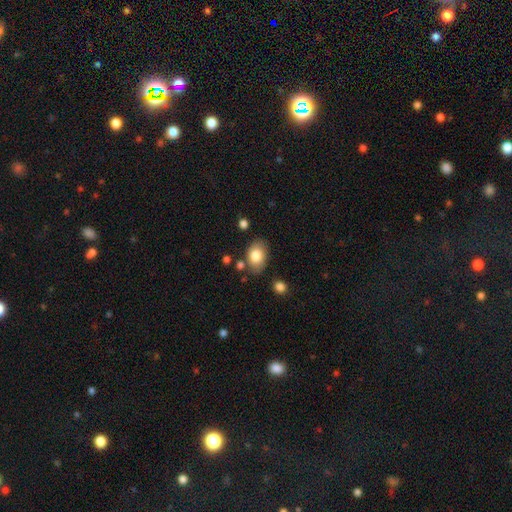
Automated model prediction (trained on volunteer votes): Q: Smooth or featured?
A: smooth (82%); runner-up: featured or disk (11%)
Q: How rounded?
A: in between (81%); runner-up: round (18%)
Q: Merging?
A: none (77%); runner-up: minor disturbance (15%)